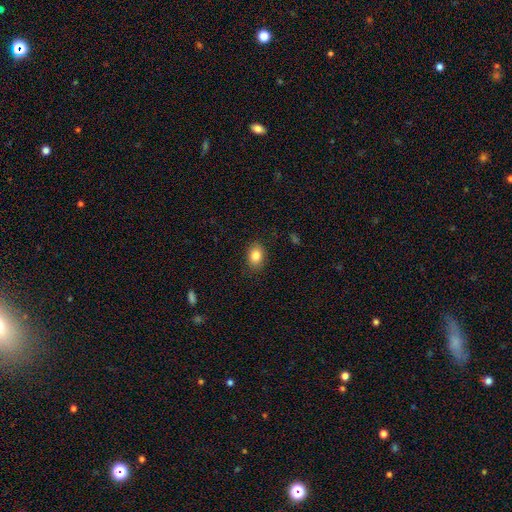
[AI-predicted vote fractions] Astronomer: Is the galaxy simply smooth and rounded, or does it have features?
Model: smooth — 83%.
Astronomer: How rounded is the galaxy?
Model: in between — 72%.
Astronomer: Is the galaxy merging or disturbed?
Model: none — 87%.